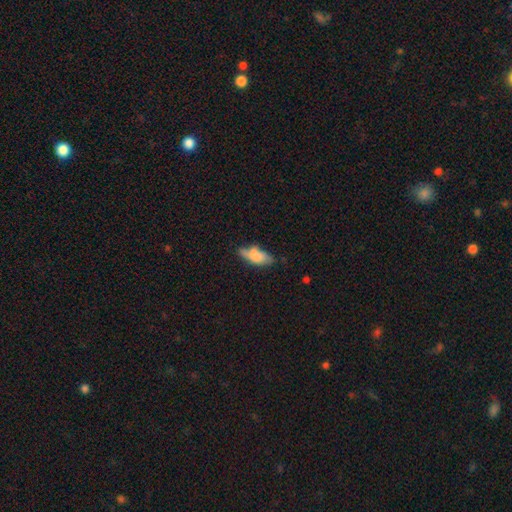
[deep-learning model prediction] The model was most divided on "merging": none: 47%, minor disturbance: 31%, major disturbance: 12%, merger: 10%. More confident: how rounded — in between (73%); smooth or featured — smooth (69%).